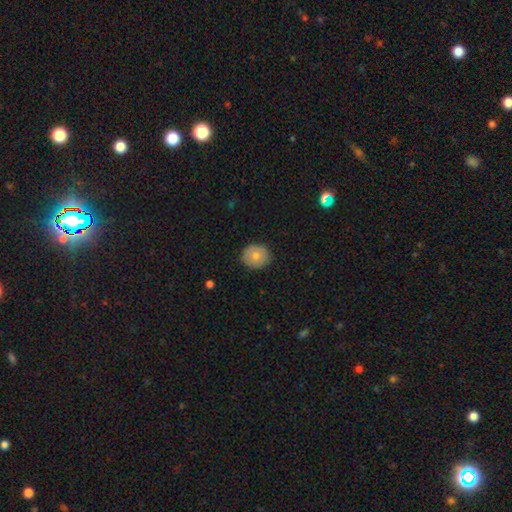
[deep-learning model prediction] A smooth galaxy with no disk features (73%) that is round (75%). Merging: none (87%).